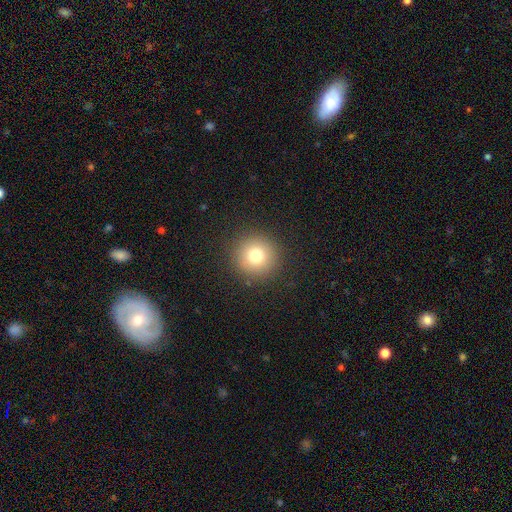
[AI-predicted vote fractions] Smooth or featured: smooth — 77% (star or artifact — 13%)
How rounded: round — 96% (in between — 4%)
Merging: none — 91% (minor disturbance — 6%)